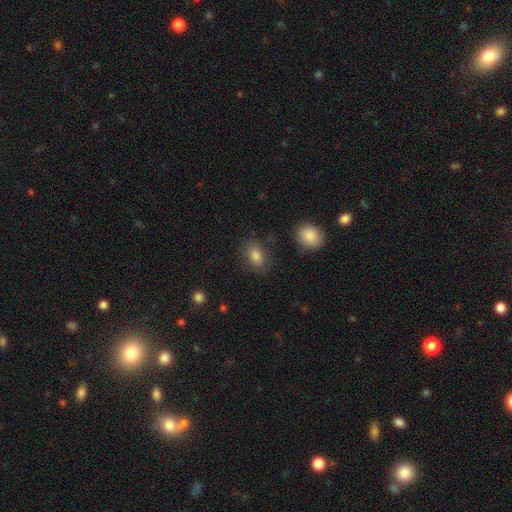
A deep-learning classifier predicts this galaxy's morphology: Q: Smooth or featured?
A: smooth (82%); runner-up: star or artifact (9%)
Q: How rounded?
A: in between (76%); runner-up: round (22%)
Q: Merging?
A: none (83%); runner-up: minor disturbance (11%)